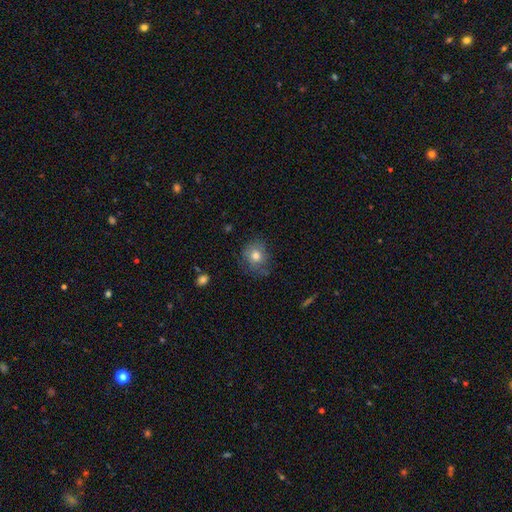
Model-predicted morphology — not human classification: Smooth or featured?
  - smooth: 78% *
  - featured or disk: 12%
  - star or artifact: 10%
How rounded?
  - round: 78% *
  - in between: 22%
  - cigar-shaped: 1%
Merging?
  - none: 69% *
  - minor disturbance: 23%
  - major disturbance: 7%
  - merger: 2%